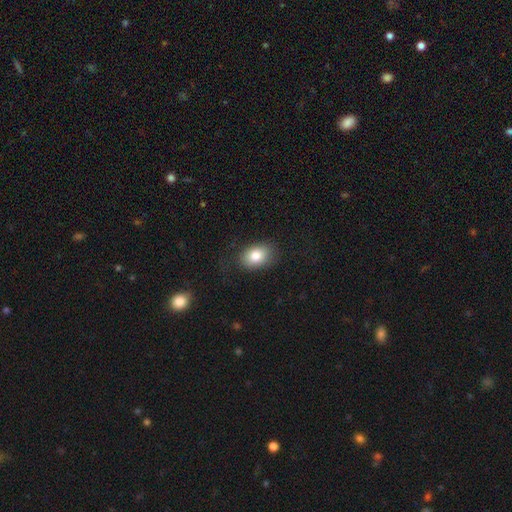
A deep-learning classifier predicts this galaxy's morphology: smooth 81%, featured or disk 10%, star or artifact 8%. Down the decision tree: how rounded — in between (79%); merging — none (80%).